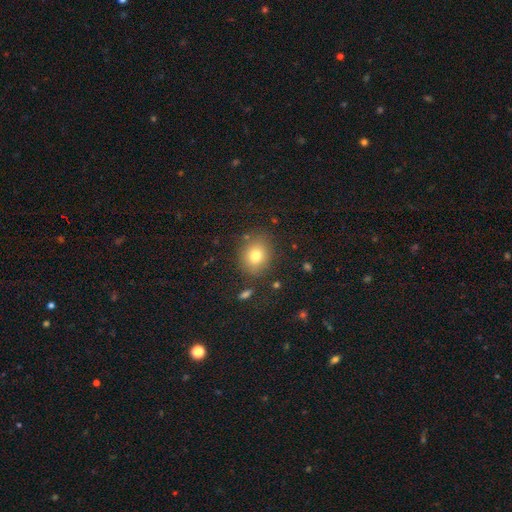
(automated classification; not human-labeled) The model was most divided on "how rounded": round: 64%, in between: 35%, cigar-shaped: 1%. More confident: merging — none (82%); smooth or featured — smooth (76%).